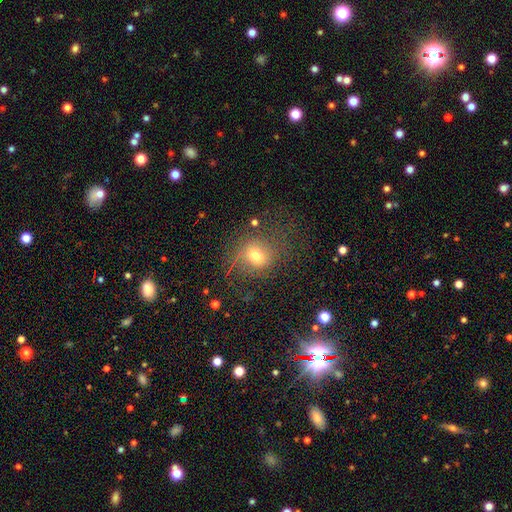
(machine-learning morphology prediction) A smooth galaxy with no disk features (67%) that is round (74%). Merging: none (66%).